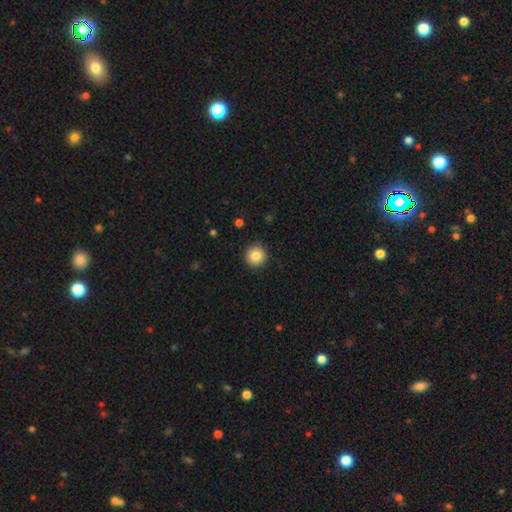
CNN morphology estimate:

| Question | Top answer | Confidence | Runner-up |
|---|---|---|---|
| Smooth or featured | smooth | 85% | star or artifact (9%) |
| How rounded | round | 94% | in between (5%) |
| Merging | none | 91% | minor disturbance (6%) |